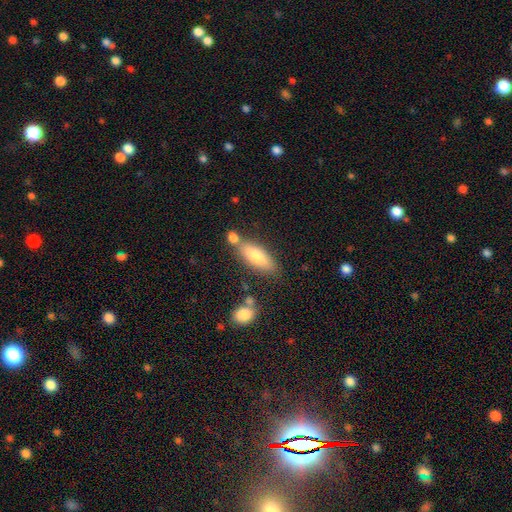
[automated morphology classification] A smooth galaxy with no disk features (76%) that is in between round and cigar-shaped (64%). Merging: none (66%).